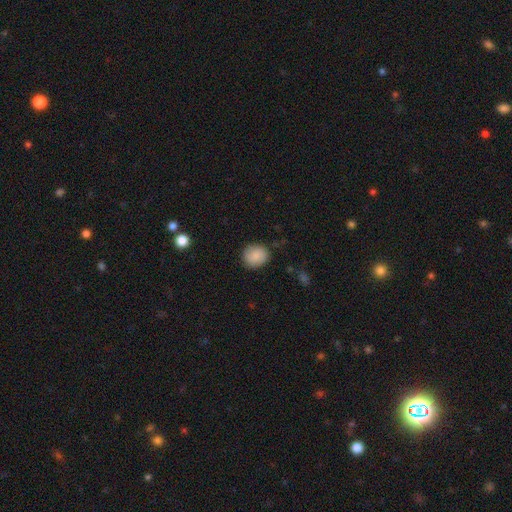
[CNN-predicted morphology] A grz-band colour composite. It shows a smooth galaxy with no disk features (84%) that is round (81%). Merging: none (86%).